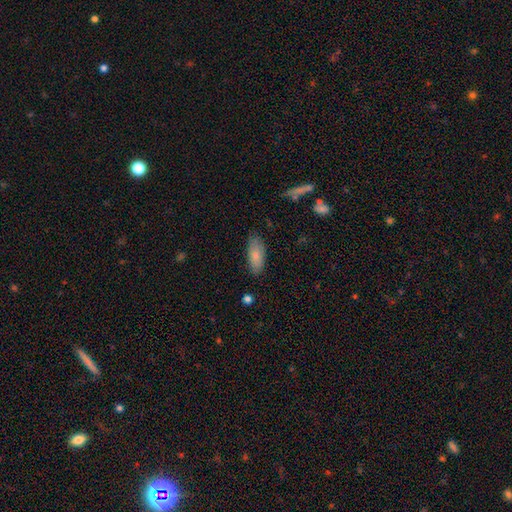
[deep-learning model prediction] smooth_or_featured: smooth (p=0.82) [alt: featured or disk p=0.12]
how_rounded: in between (p=0.82) [alt: cigar-shaped p=0.16]
merging: none (p=0.80) [alt: minor disturbance p=0.16]